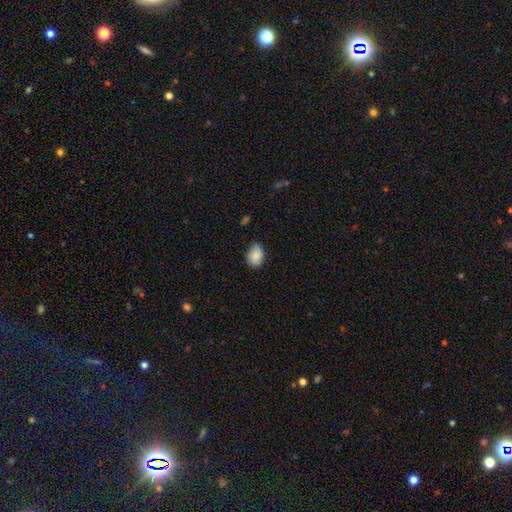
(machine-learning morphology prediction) This appears to be a smooth galaxy with no disk features (85%) that is in between round and cigar-shaped (75%). Merging: none (61%).